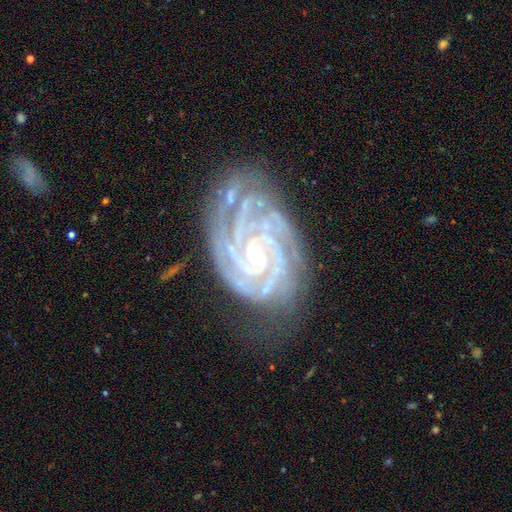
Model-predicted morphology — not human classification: This is clearly a featured or disk galaxy (93%). It is clearly not viewed edge-on (98%). Bar: likely no (62%). Spiral arm pattern: clearly yes (99%). Spiral arm count: marginally 4 (31%). Spiral winding: clearly tight (81%). Central bulge: likely small (79%). Merging: likely none (68%).